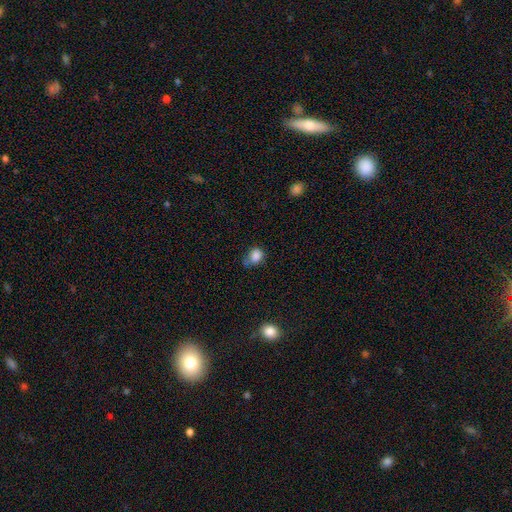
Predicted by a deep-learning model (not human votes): Overall: smooth (84%). How rounded: round (52%; in between 47%). Merging: none (46%; minor disturbance 35%).